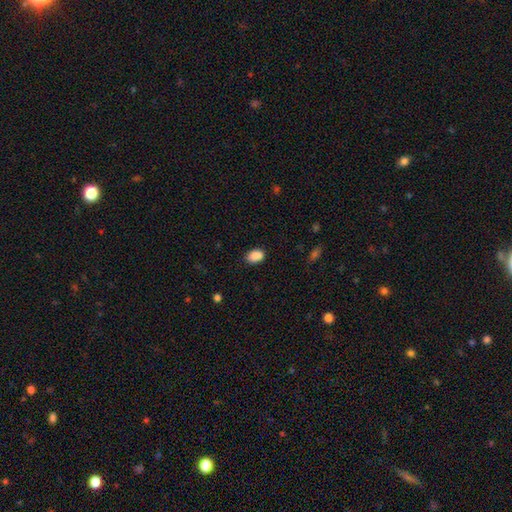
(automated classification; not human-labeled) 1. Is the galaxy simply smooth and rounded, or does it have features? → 88% smooth, 8% star or artifact, 4% featured or disk.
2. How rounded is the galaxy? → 81% in between, 18% round, 1% cigar-shaped.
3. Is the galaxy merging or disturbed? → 79% none, 16% minor disturbance, 3% major disturbance, 2% merger.